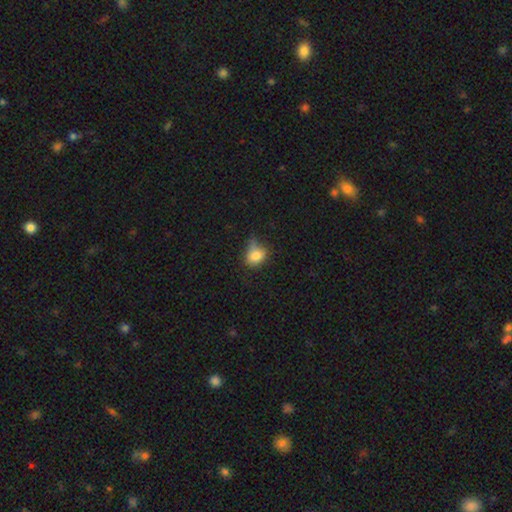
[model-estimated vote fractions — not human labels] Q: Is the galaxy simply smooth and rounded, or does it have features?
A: smooth — 80%.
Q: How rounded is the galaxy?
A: in between — 62%.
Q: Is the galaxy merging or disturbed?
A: none — 39%, tied with minor disturbance.